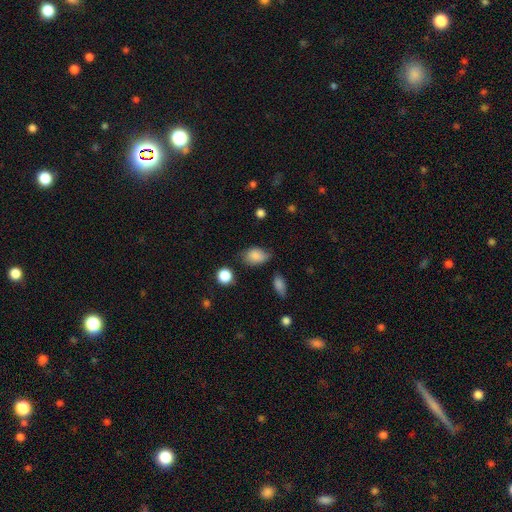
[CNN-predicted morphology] smooth 83%, star or artifact 9%, featured or disk 8%. Down the decision tree: how rounded — in between (81%); merging — none (59%).